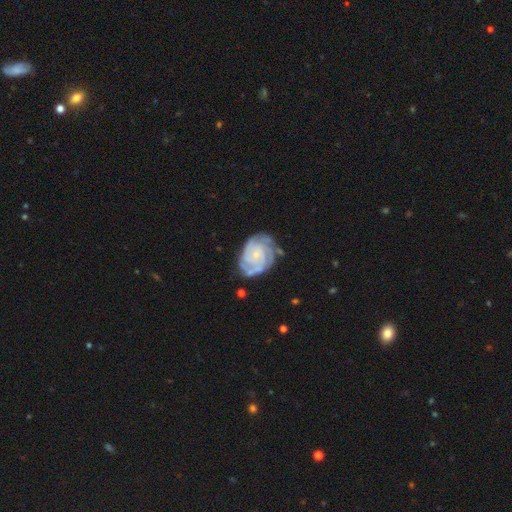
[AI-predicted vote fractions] featured or disk 86%, smooth 9%, star or artifact 5%. Down the decision tree: edge-on disk — no (98%); bar — no (74%); spiral arms — yes (97%); spiral arm count — 3 (27%); spiral winding — tight (73%); bulge size — small (74%); merging — none (66%).